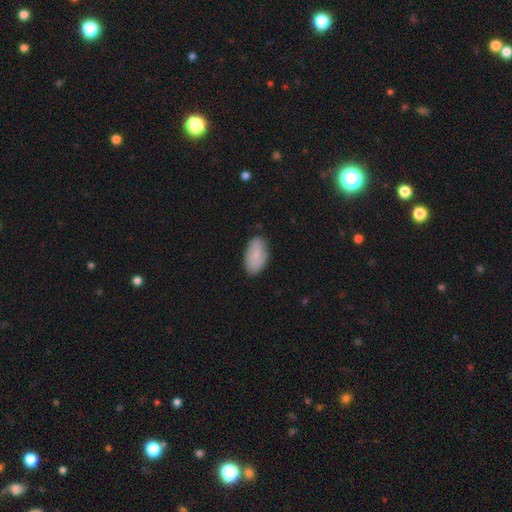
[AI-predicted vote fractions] A smooth galaxy with no disk features (79%) that is in between round and cigar-shaped (94%). Merging: none (82%).